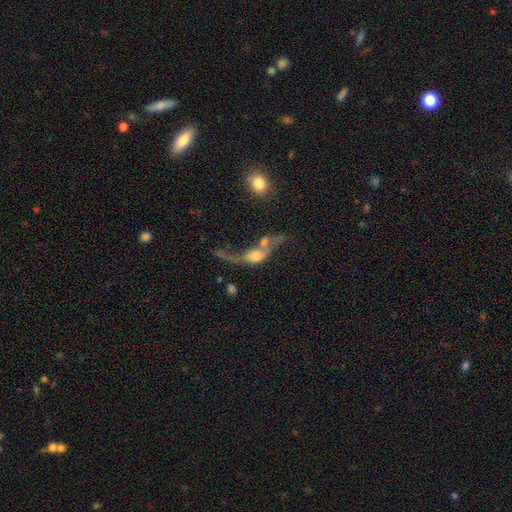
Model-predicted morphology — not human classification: Smooth or featured?
  - featured or disk: 46% *
  - smooth: 44%
  - star or artifact: 11%
Merging?
  - merger: 54% *
  - major disturbance: 25%
  - none: 12%
  - minor disturbance: 8%